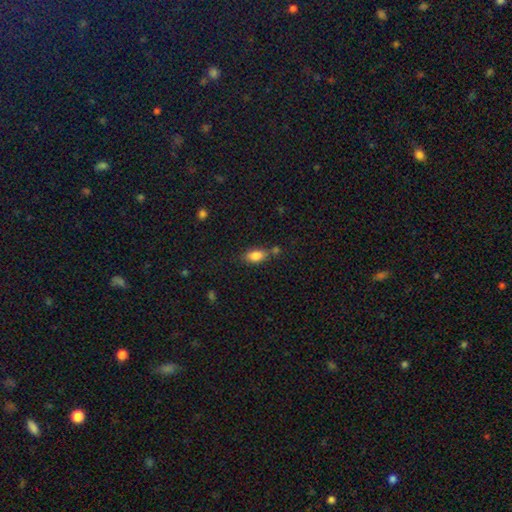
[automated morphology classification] smooth_or_featured: smooth (p=0.83) [alt: featured or disk p=0.09]
how_rounded: in between (p=0.87) [alt: round p=0.08]
merging: none (p=0.64) [alt: minor disturbance p=0.17]